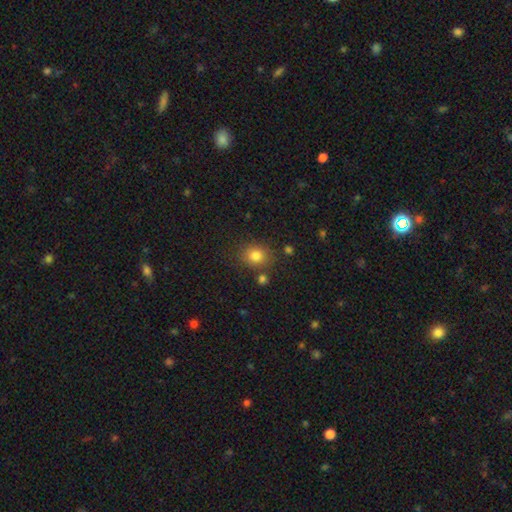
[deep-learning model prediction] Overall: smooth (81%). How rounded: round (71%). Merging: none (79%).